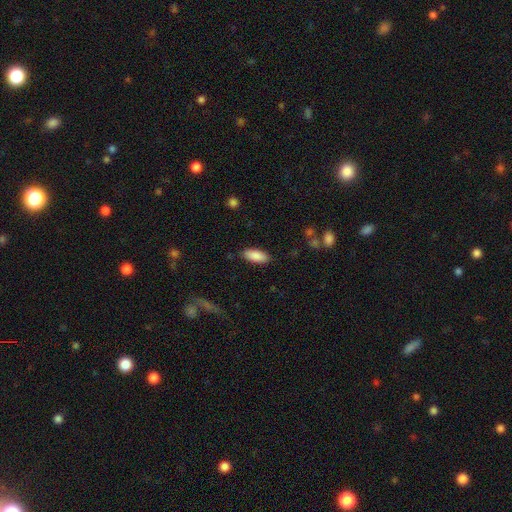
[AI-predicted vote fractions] Q: Smooth or featured?
A: smooth (88%); runner-up: star or artifact (6%)
Q: How rounded?
A: in between (82%); runner-up: cigar-shaped (16%)
Q: Merging?
A: none (87%); runner-up: minor disturbance (10%)